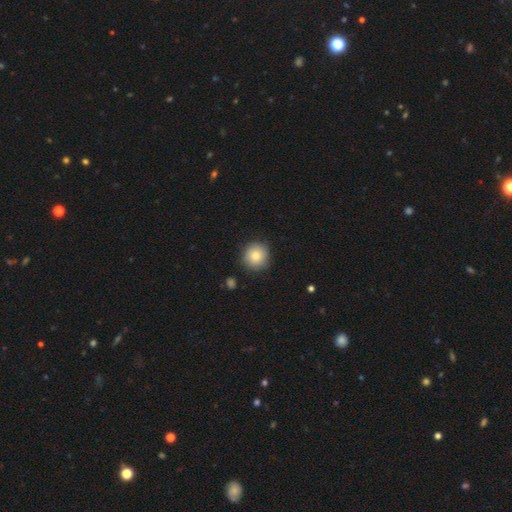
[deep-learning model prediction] A smooth galaxy with no disk features (82%) that is round (92%). Merging: none (86%).